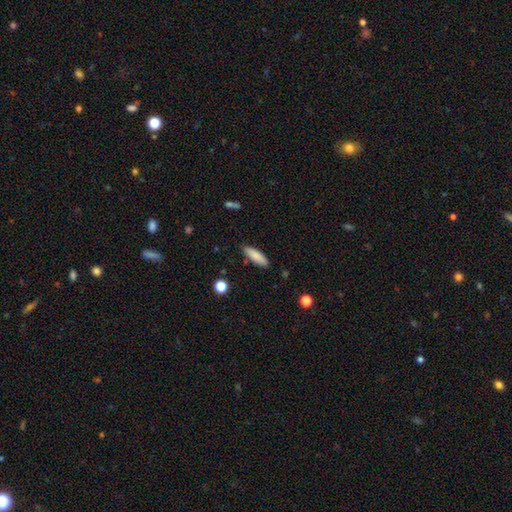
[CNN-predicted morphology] This appears to be a smooth galaxy with no disk features (85%) that is cigar-shaped (56%). Merging: none (86%).